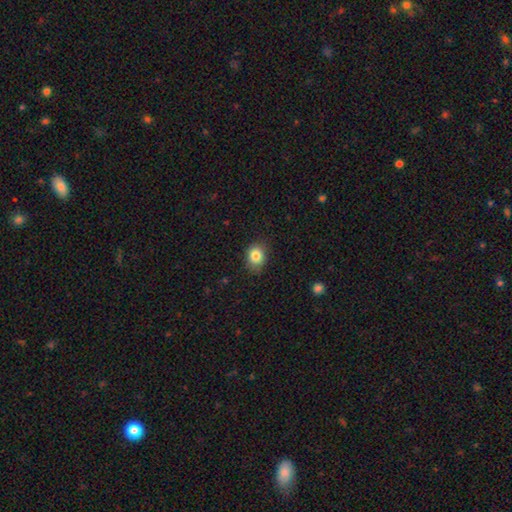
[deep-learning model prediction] This is clearly a smooth galaxy (84%). How rounded: possibly in between (52%). Merging: likely none (79%).